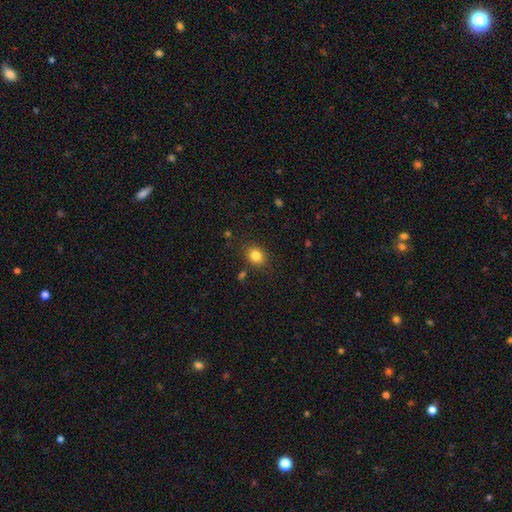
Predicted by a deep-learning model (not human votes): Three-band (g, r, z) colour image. It shows a smooth galaxy with no disk features (83%) that is round (52%). Merging: none (84%).